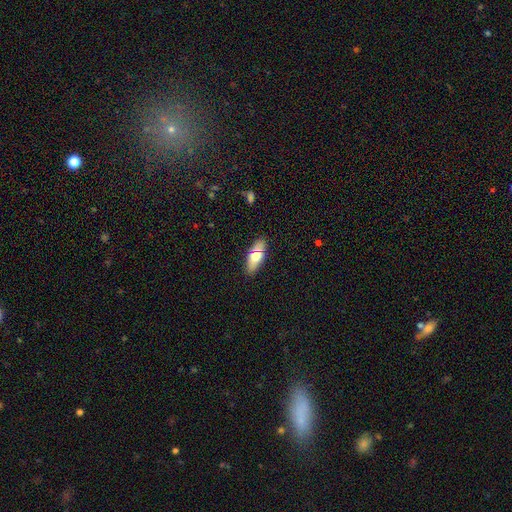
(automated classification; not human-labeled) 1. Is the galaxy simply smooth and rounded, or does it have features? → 67% smooth, 26% featured or disk, 7% star or artifact.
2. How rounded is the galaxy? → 72% in between, 24% cigar-shaped, 3% round.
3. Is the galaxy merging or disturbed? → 85% none, 11% minor disturbance, 2% major disturbance, 2% merger.